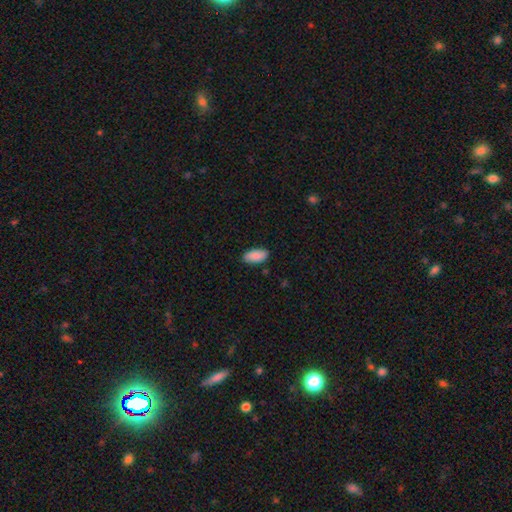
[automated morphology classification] smooth_or_featured: smooth (p=0.88) [alt: star or artifact p=0.06]
how_rounded: in between (p=0.92) [alt: cigar-shaped p=0.05]
merging: none (p=0.86) [alt: minor disturbance p=0.11]